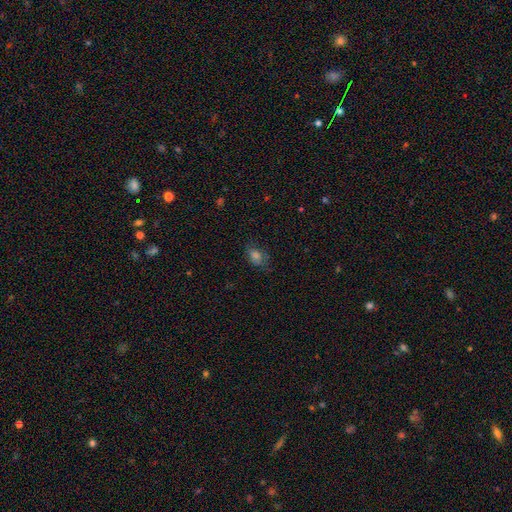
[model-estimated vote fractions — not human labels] Smooth or featured? smooth (64%)
How rounded? in between (73%)
Merging? none (66%)